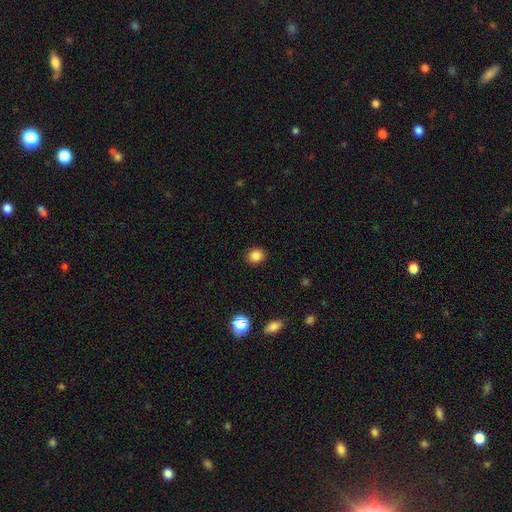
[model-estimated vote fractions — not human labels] Q: Smooth or featured?
A: smooth (85%); runner-up: star or artifact (11%)
Q: How rounded?
A: round (72%); runner-up: in between (27%)
Q: Merging?
A: none (91%); runner-up: minor disturbance (6%)